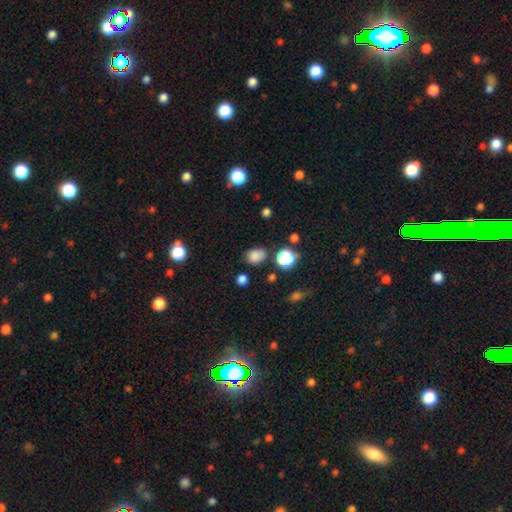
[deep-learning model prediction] A smooth galaxy with no disk features (80%) that is in between round and cigar-shaped (51%).

Vote fractions:
- Smooth or featured? smooth: 80% / star or artifact: 16% / featured or disk: 4%
- How rounded? in between: 51% / round: 47% / cigar-shaped: 1%
- Merging? none: 74% / minor disturbance: 17% / major disturbance: 5% / merger: 4%